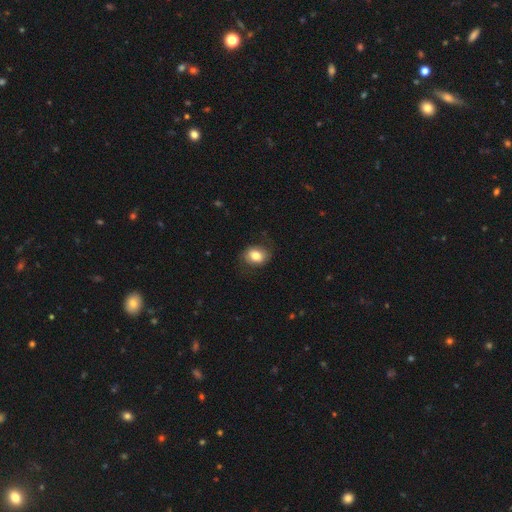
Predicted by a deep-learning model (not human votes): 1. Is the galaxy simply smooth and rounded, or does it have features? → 80% smooth, 12% featured or disk, 8% star or artifact.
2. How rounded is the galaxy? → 58% in between, 41% round, 1% cigar-shaped.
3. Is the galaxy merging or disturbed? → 78% none, 16% minor disturbance, 5% major disturbance, 1% merger.